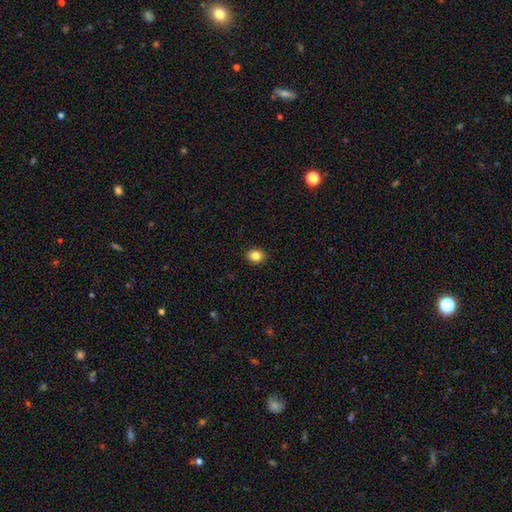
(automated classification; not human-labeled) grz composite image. It shows a smooth galaxy with no disk features (84%) that is round (54%). Merging: none (91%).